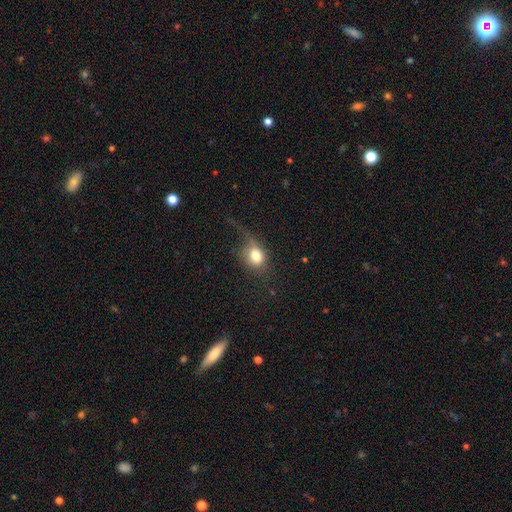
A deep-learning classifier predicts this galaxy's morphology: Overall: smooth (73%). How rounded: in between (55%; round 42%). Merging: major disturbance (41%; none 32%).